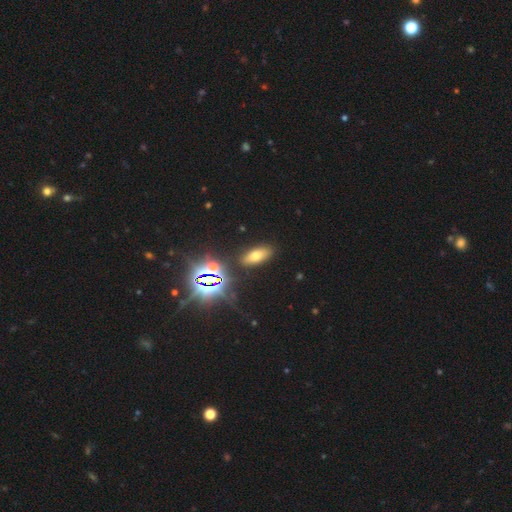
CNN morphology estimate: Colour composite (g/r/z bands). It shows a smooth galaxy with no disk features (56%) that is in between round and cigar-shaped (79%). Merging: none (87%).